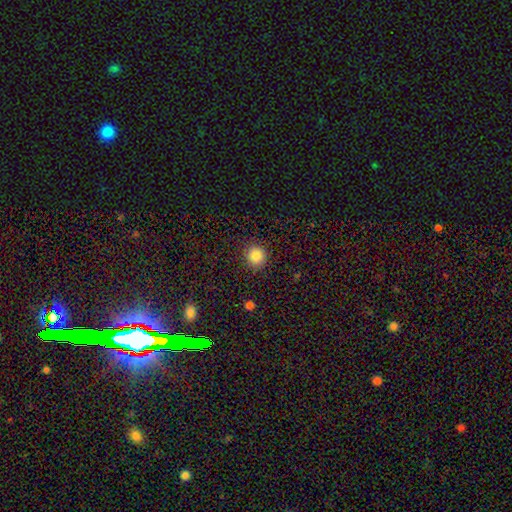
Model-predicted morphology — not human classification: A smooth galaxy with no disk features (85%) that is round (91%). Merging: none (90%).